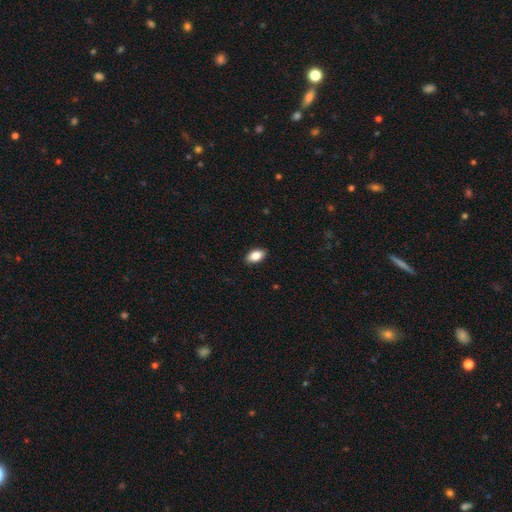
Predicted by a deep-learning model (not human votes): This is clearly a smooth galaxy (84%). How rounded: clearly in between (92%). Merging: clearly none (90%).